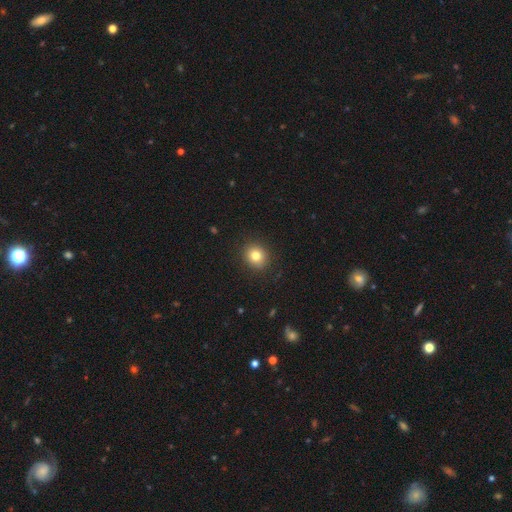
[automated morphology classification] Q: Smooth or featured?
A: smooth (80%); runner-up: star or artifact (11%)
Q: How rounded?
A: round (78%); runner-up: in between (21%)
Q: Merging?
A: none (90%); runner-up: minor disturbance (7%)